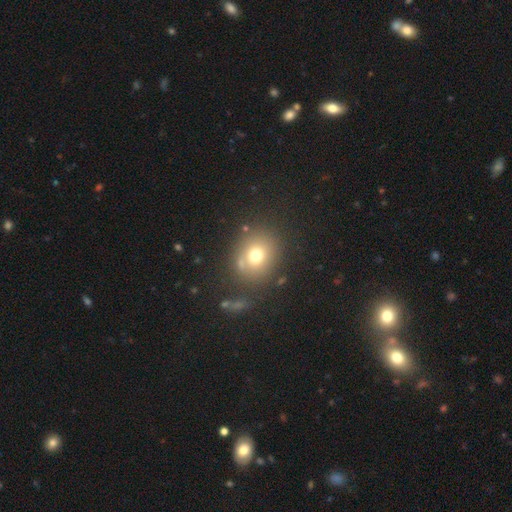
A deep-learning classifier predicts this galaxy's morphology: A smooth galaxy with no disk features (71%) that is round (72%).

Vote fractions:
- Smooth or featured? smooth: 71% / featured or disk: 15% / star or artifact: 14%
- How rounded? round: 72% / in between: 27% / cigar-shaped: 1%
- Merging? none: 75% / minor disturbance: 13% / major disturbance: 6% / merger: 6%